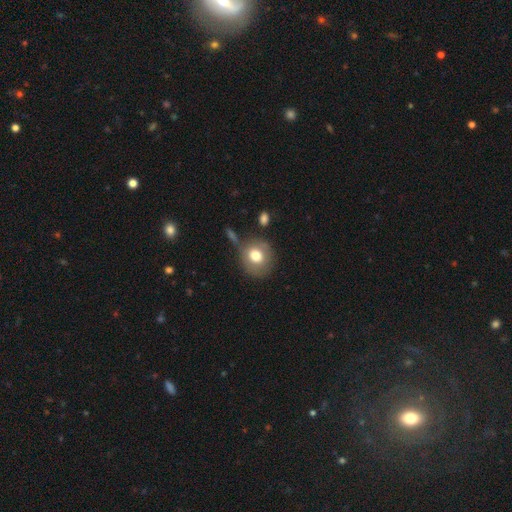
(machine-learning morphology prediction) This is likely a smooth galaxy (74%). How rounded: likely round (77%). Merging: likely none (68%).